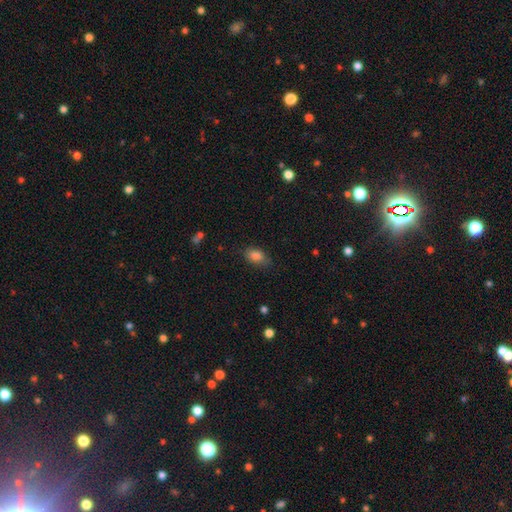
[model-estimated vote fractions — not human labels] smooth_or_featured: smooth (p=0.85) [alt: star or artifact p=0.09]
how_rounded: in between (p=0.85) [alt: round p=0.13]
merging: none (p=0.75) [alt: minor disturbance p=0.19]